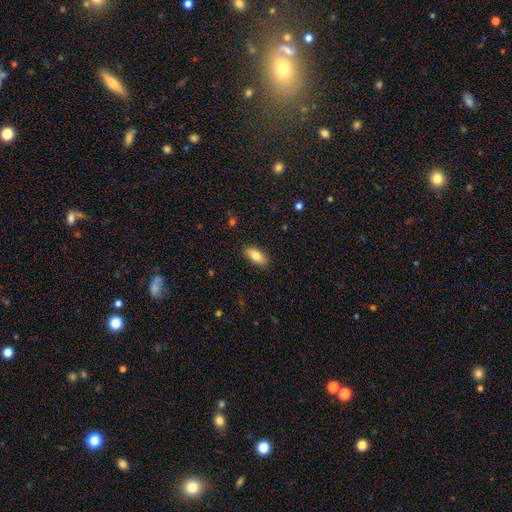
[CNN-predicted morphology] This is clearly a smooth galaxy (81%). How rounded: clearly in between (87%). Merging: clearly none (88%).